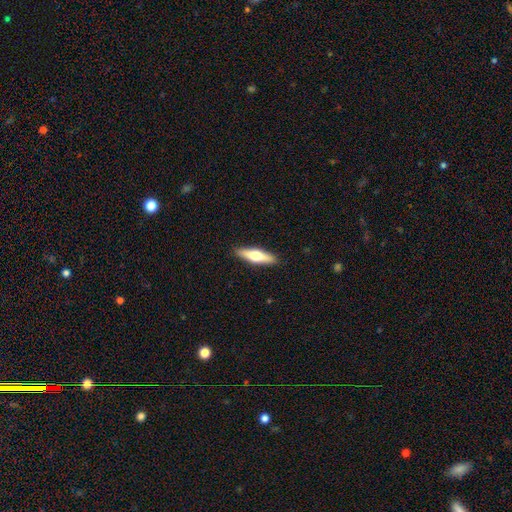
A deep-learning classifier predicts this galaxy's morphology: smooth_or_featured: smooth (p=0.51) [alt: featured or disk p=0.43]
how_rounded: cigar-shaped (p=0.67) [alt: in between p=0.31]
merging: none (p=0.90) [alt: minor disturbance p=0.07]